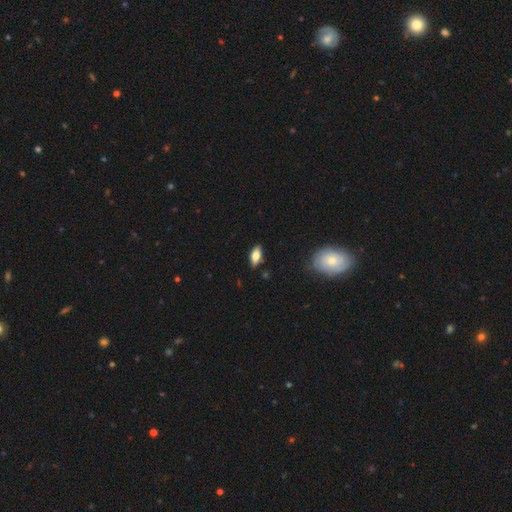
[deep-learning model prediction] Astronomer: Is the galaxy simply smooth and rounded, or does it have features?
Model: smooth — 69%.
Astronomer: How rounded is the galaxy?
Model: in between — 81%.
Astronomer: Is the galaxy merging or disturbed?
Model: none — 84%.